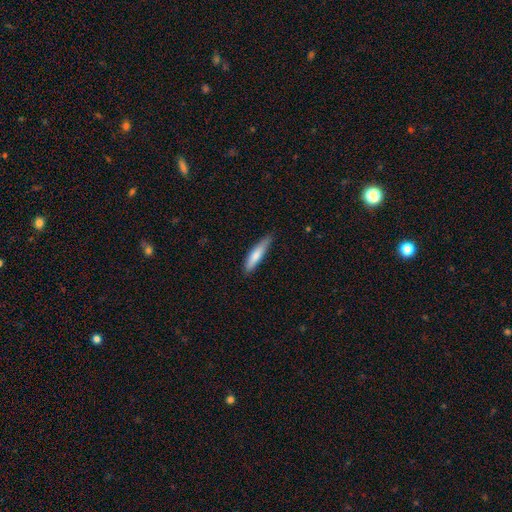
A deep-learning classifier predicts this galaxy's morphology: This is likely a smooth galaxy (75%). How rounded: clearly cigar-shaped (82%). Merging: likely none (78%).